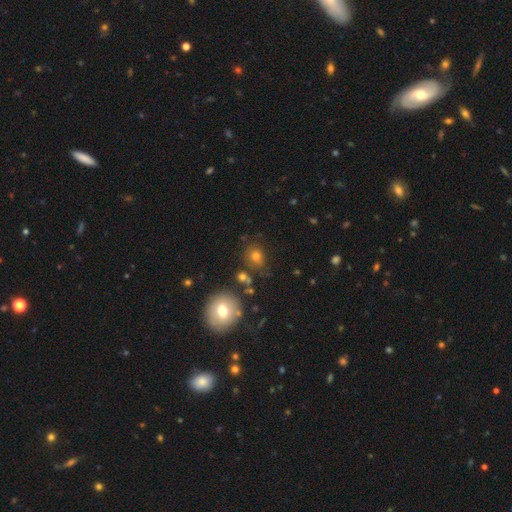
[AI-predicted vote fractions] Smooth or featured: smooth — 74% (star or artifact — 16%)
How rounded: round — 70% (in between — 29%)
Merging: none — 71% (minor disturbance — 16%)